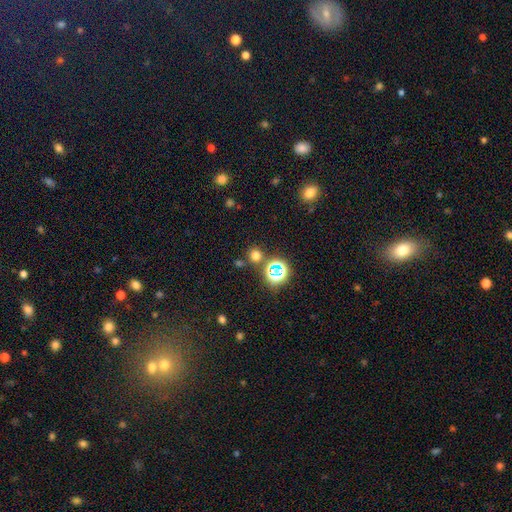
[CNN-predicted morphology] smooth 63%, star or artifact 31%, featured or disk 6%. Down the decision tree: how rounded — round (89%); merging — none (79%).